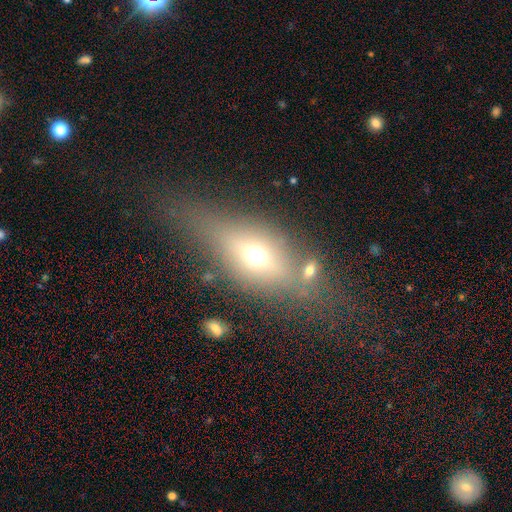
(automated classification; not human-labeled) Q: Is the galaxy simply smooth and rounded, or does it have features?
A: smooth — 45%.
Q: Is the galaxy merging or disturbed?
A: none — 59%.